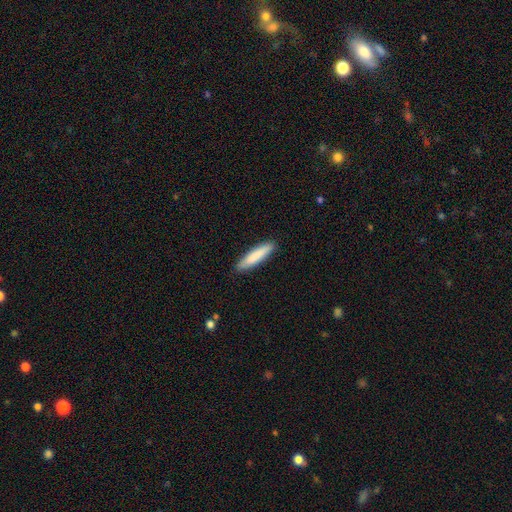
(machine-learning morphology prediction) A smooth galaxy with no disk features (83%) that is cigar-shaped (85%). Merging: none (89%).